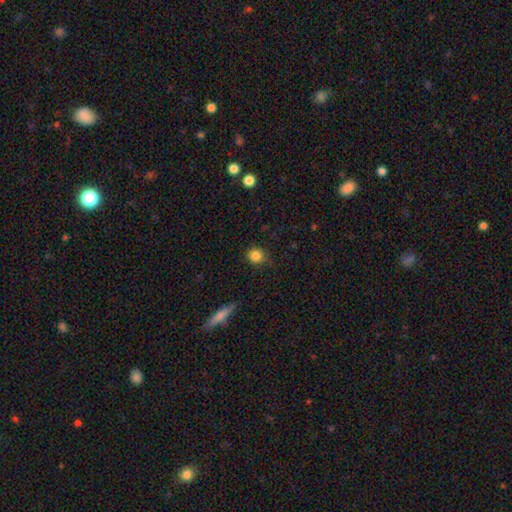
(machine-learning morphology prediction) This appears to be a smooth galaxy with no disk features (85%) that is round (86%). Merging: none (82%).